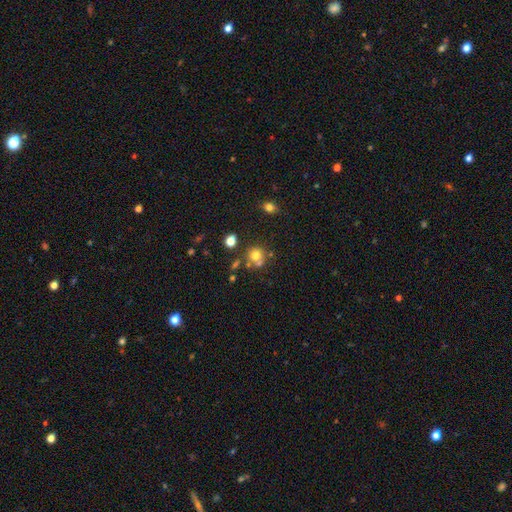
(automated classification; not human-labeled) smooth 70%, star or artifact 17%, featured or disk 13%. Down the decision tree: how rounded — round (87%); merging — none (59%).